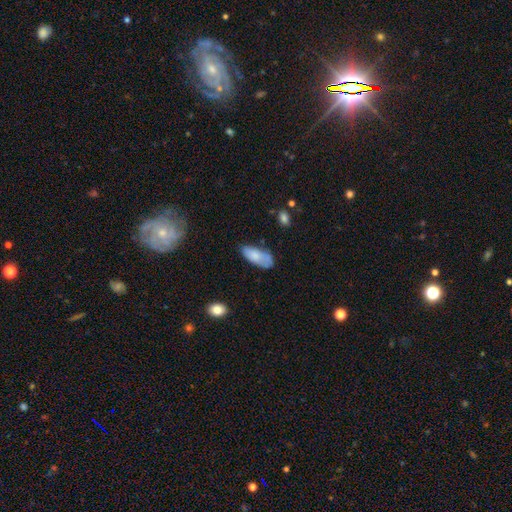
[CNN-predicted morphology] A smooth galaxy with no disk features (78%) that is in between round and cigar-shaped (87%). Merging: none (54%).